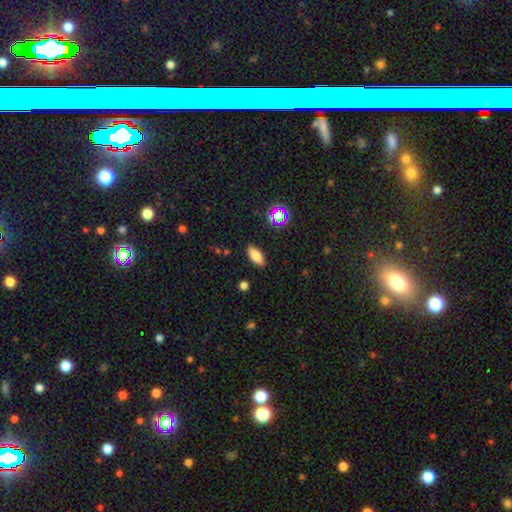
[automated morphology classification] The model was most divided on "smooth or featured": smooth: 71%, featured or disk: 17%, star or artifact: 12%. More confident: merging — none (87%); how rounded — in between (81%).